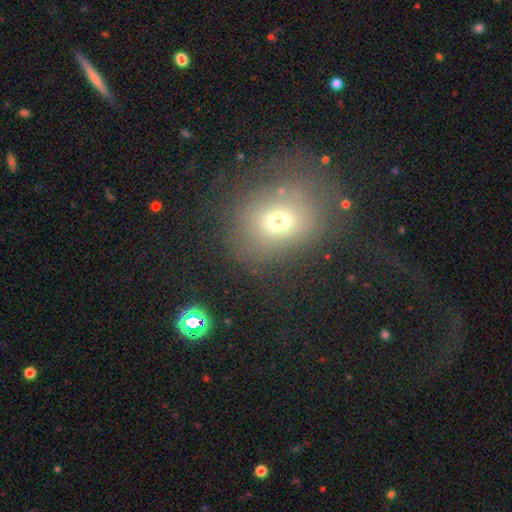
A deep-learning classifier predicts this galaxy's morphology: This is likely a smooth galaxy (64%). How rounded: possibly round (57%). Merging: possibly none (59%).